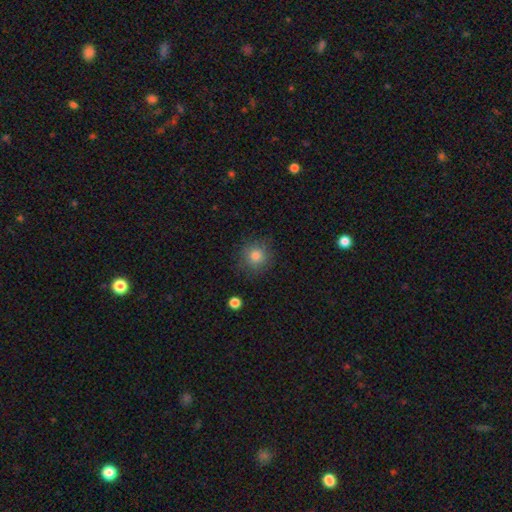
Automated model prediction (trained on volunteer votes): Smooth or featured? smooth (82%)
How rounded? round (92%)
Merging? none (84%)